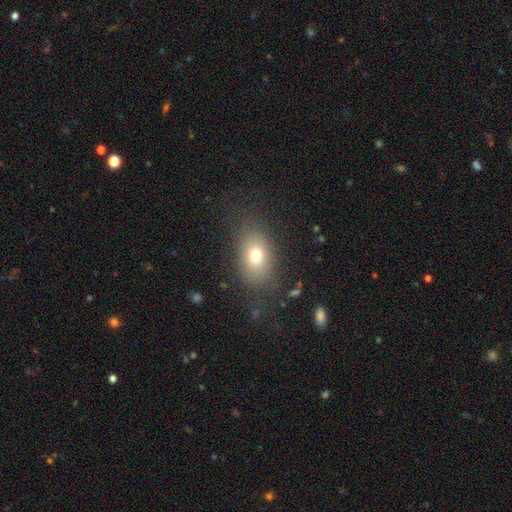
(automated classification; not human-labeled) A smooth galaxy with no disk features (72%) that is in between round and cigar-shaped (75%).

Vote fractions:
- Smooth or featured? smooth: 72% / featured or disk: 15% / star or artifact: 13%
- How rounded? in between: 75% / round: 23% / cigar-shaped: 2%
- Merging? none: 78% / minor disturbance: 13% / major disturbance: 8% / merger: 1%